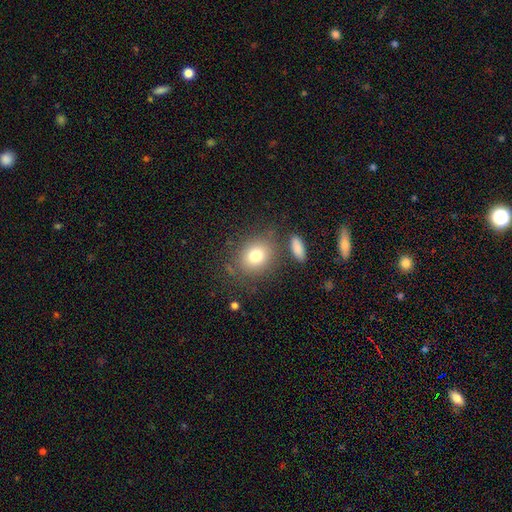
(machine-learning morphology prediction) Smooth or featured? Predicted: smooth (p=0.78). How rounded? Predicted: round (p=0.64). Merging? Predicted: none (p=0.76).